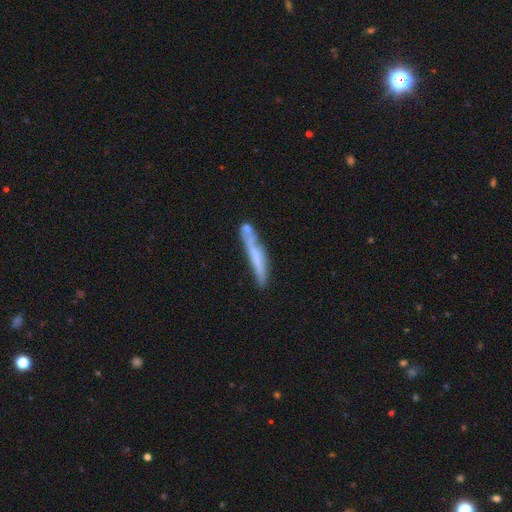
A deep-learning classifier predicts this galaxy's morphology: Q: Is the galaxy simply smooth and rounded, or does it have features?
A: smooth — 47%.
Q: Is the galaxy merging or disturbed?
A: none — 53%.